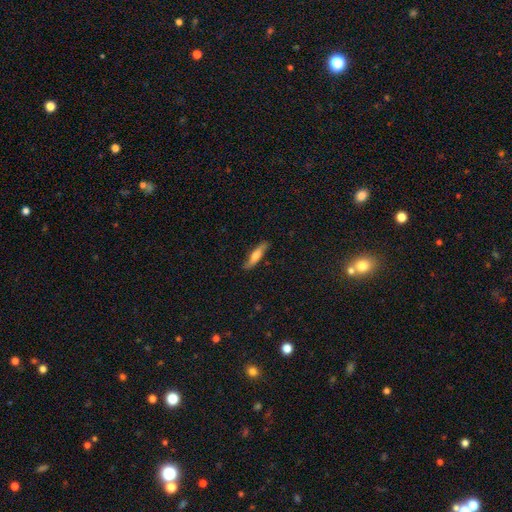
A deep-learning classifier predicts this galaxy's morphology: smooth-or-featured: smooth: 55% | featured or disk: 39% | star or artifact: 6%
  how-rounded: cigar-shaped: 77% | in between: 21% | round: 2%
  merging: none: 82% | minor disturbance: 14% | major disturbance: 3% | merger: 1%